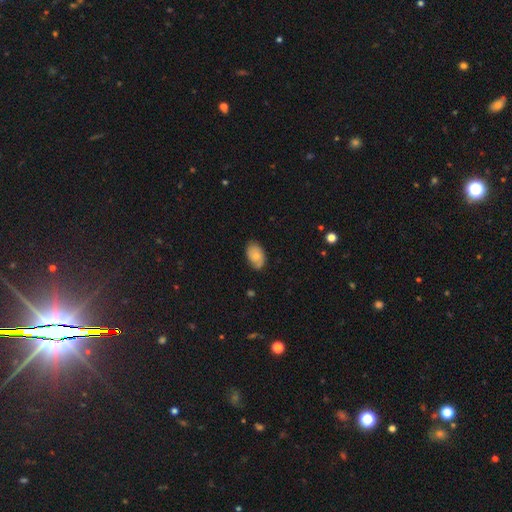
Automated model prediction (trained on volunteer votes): This is likely a smooth galaxy (68%). How rounded: clearly in between (91%). Merging: likely none (76%).